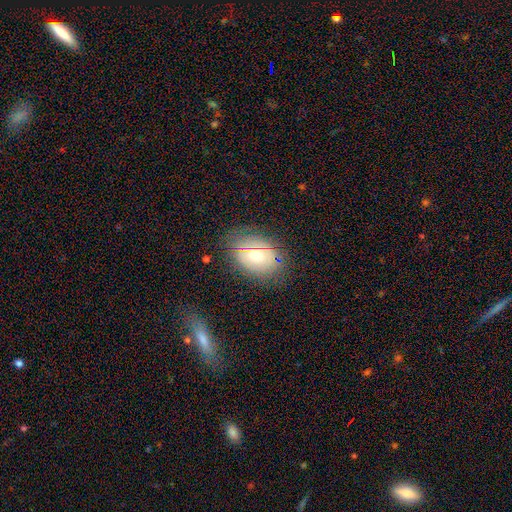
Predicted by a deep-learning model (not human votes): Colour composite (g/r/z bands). It shows a smooth galaxy with no disk features (56%) that is in between round and cigar-shaped (74%). Merging: none (77%).